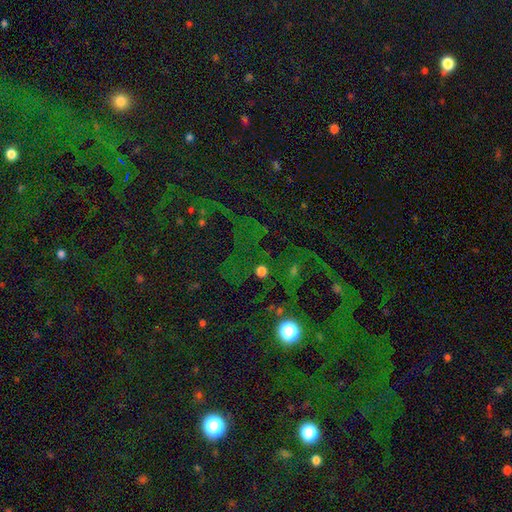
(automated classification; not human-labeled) Q: Smooth or featured?
A: star or artifact (74%); runner-up: smooth (16%)